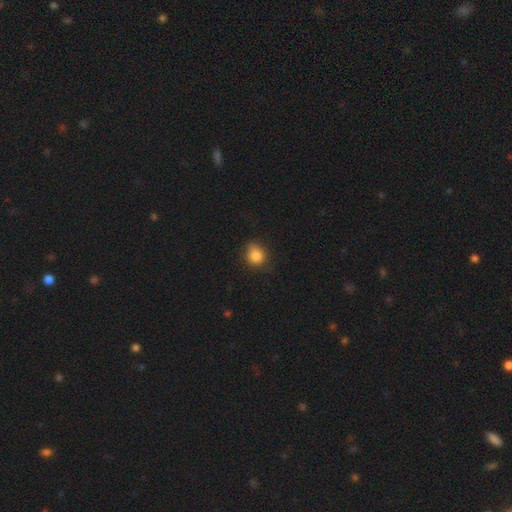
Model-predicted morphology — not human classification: A smooth galaxy with no disk features (83%) that is round (75%).

Vote fractions:
- Smooth or featured? smooth: 83% / star or artifact: 11% / featured or disk: 6%
- How rounded? round: 75% / in between: 24% / cigar-shaped: 1%
- Merging? none: 65% / minor disturbance: 27% / major disturbance: 6% / merger: 2%